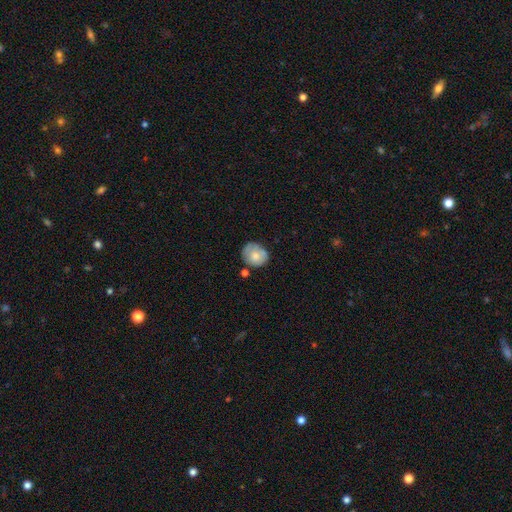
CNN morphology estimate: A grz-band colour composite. It shows a smooth galaxy with no disk features (68%) that is round (72%). Merging: none (61%).